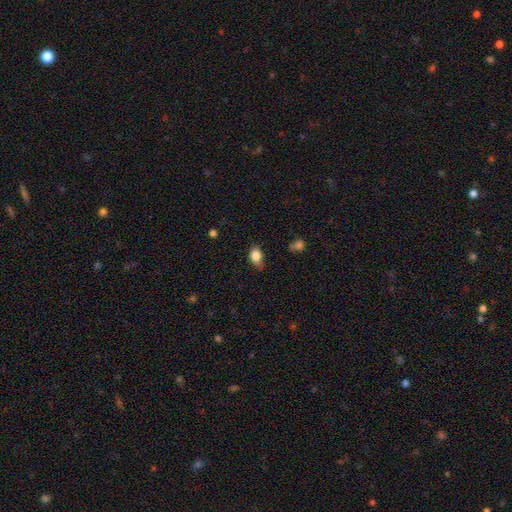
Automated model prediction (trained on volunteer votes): The model was most divided on "merging": none: 64%, minor disturbance: 29%, major disturbance: 6%, merger: 2%. More confident: smooth or featured — smooth (83%); how rounded — in between (77%).